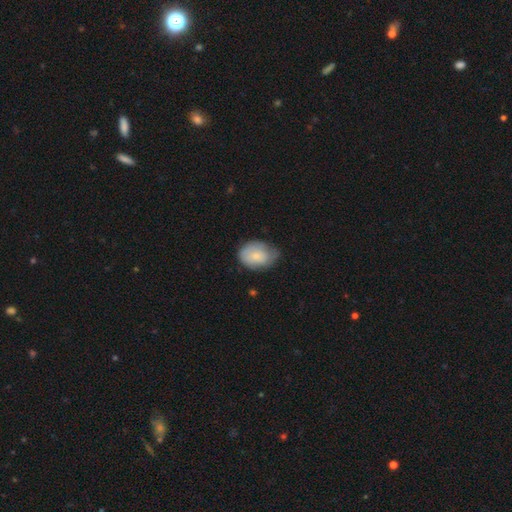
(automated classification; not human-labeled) Q: Smooth or featured?
A: smooth (77%); runner-up: featured or disk (17%)
Q: How rounded?
A: in between (73%); runner-up: round (26%)
Q: Merging?
A: none (48%); runner-up: minor disturbance (39%)